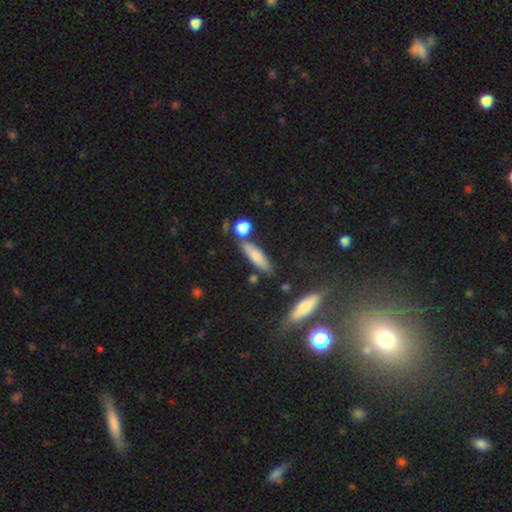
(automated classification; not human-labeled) The model was most divided on "how rounded": cigar-shaped: 63%, in between: 33%, round: 4%. More confident: smooth or featured — smooth (74%); merging — none (73%).